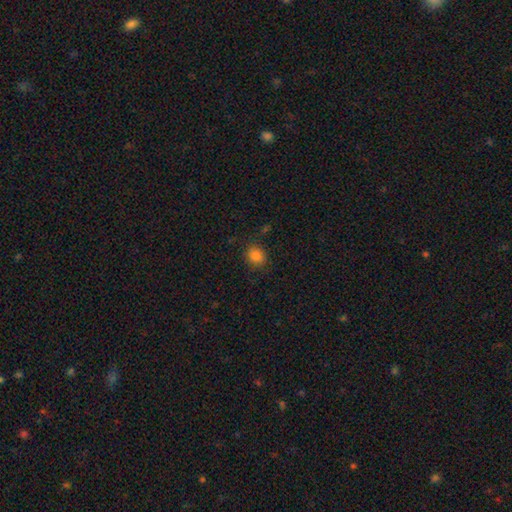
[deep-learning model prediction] smooth_or_featured: smooth (p=0.84) [alt: star or artifact p=0.11]
how_rounded: round (p=0.68) [alt: in between p=0.32]
merging: none (p=0.85) [alt: minor disturbance p=0.11]